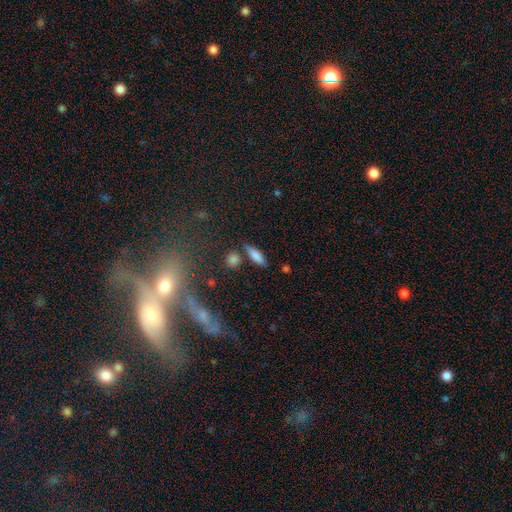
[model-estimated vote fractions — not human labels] smooth-or-featured: smooth: 79% | featured or disk: 12% | star or artifact: 8%
  how-rounded: in between: 51% | cigar-shaped: 46% | round: 3%
  merging: none: 73% | minor disturbance: 15% | merger: 9% | major disturbance: 4%